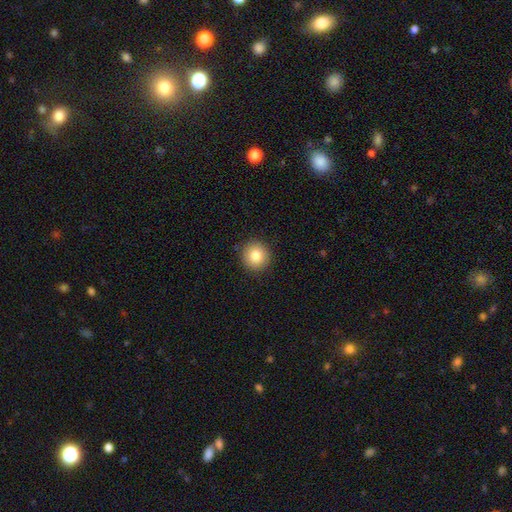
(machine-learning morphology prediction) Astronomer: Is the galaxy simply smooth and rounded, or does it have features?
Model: smooth — 82%.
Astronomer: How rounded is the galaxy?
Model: round — 94%.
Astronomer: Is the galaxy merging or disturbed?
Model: none — 91%.